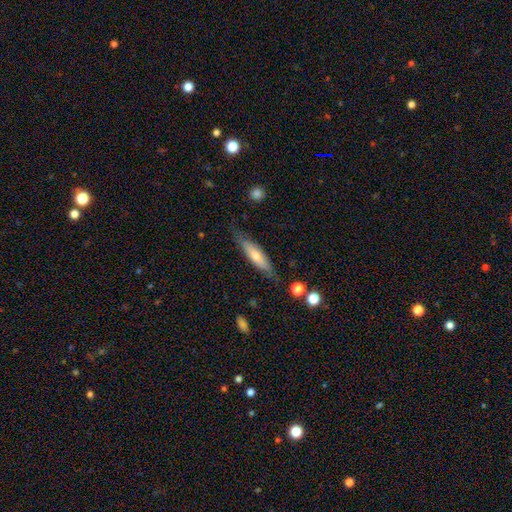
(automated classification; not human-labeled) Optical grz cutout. It shows a smooth galaxy with no disk features (53%) that is cigar-shaped (75%). Merging: none (77%).